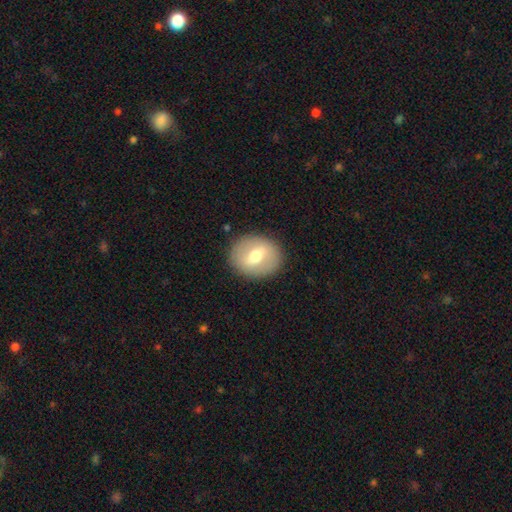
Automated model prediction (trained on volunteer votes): A smooth galaxy with no disk features (53%) that is round (57%). Merging: none (87%).